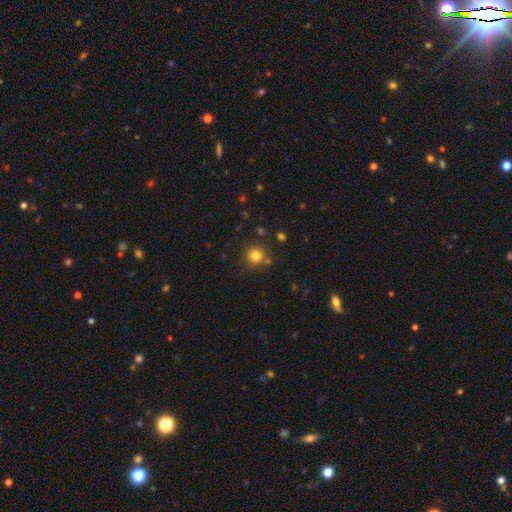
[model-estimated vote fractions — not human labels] Smooth or featured? smooth (81%)
How rounded? round (93%)
Merging? none (80%)